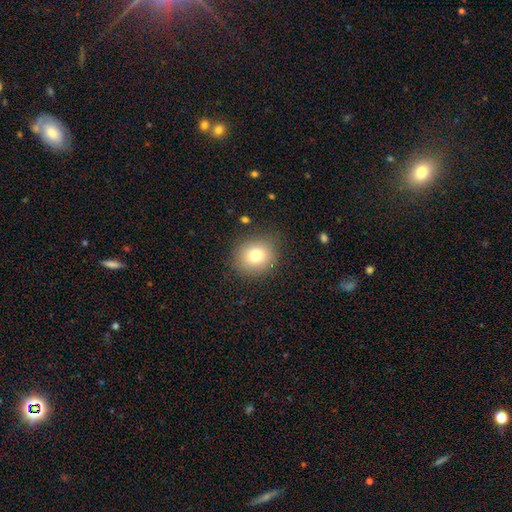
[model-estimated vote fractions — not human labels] smooth 77%, star or artifact 12%, featured or disk 11%. Down the decision tree: how rounded — round (75%); merging — none (84%).